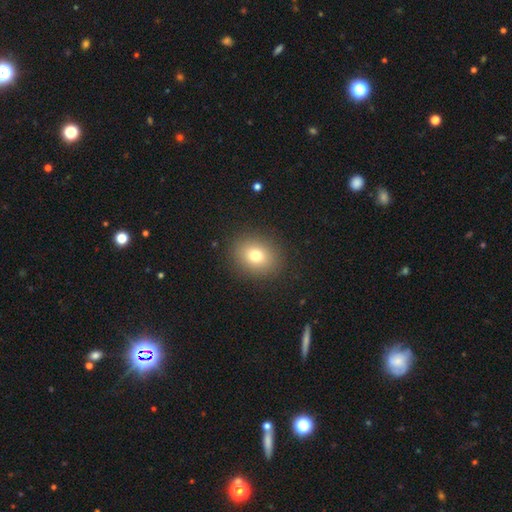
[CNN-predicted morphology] type=smooth (76%); roundness=round (62%); merging=none (89%).